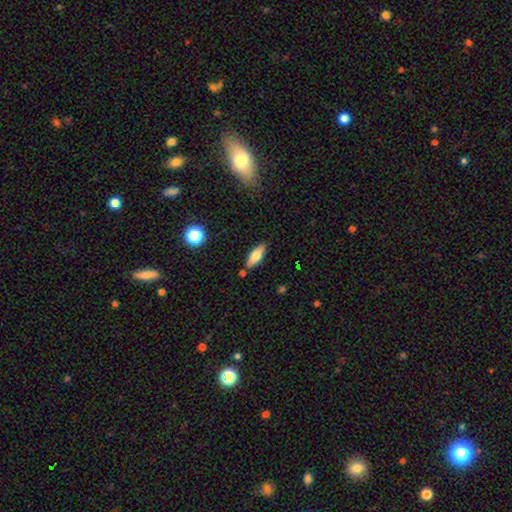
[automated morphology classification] smooth_or_featured: smooth (p=0.68) [alt: featured or disk p=0.24]
how_rounded: in between (p=0.65) [alt: cigar-shaped p=0.32]
merging: none (p=0.80) [alt: minor disturbance p=0.12]